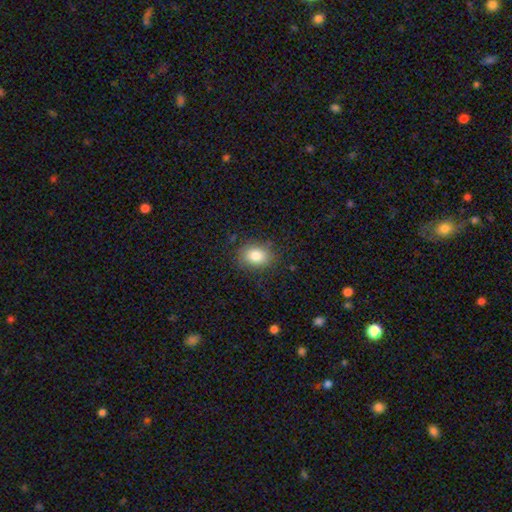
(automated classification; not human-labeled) This appears to be a smooth galaxy with no disk features (83%) that is in between round and cigar-shaped (67%). Merging: none (81%).